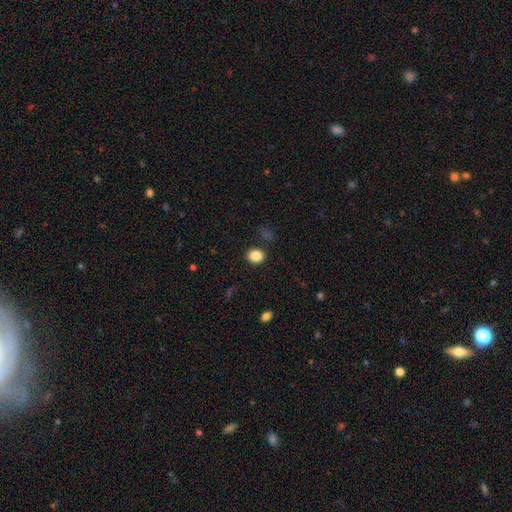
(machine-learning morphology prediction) Smooth or featured: smooth — 86% (star or artifact — 10%)
How rounded: round — 69% (in between — 30%)
Merging: none — 87% (minor disturbance — 8%)